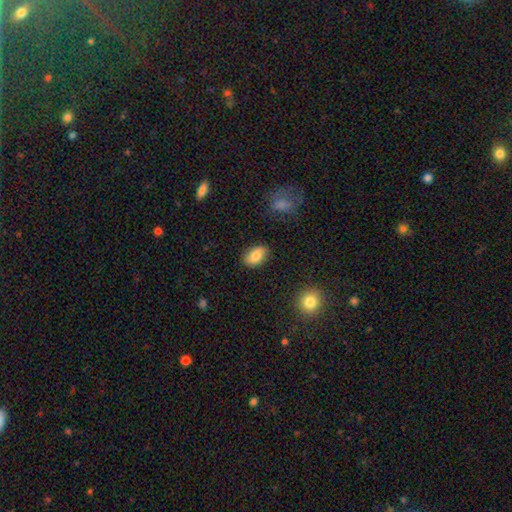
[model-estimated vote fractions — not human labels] The model was most divided on "smooth or featured": smooth: 79%, featured or disk: 13%, star or artifact: 8%. More confident: how rounded — in between (89%); merging — none (82%).